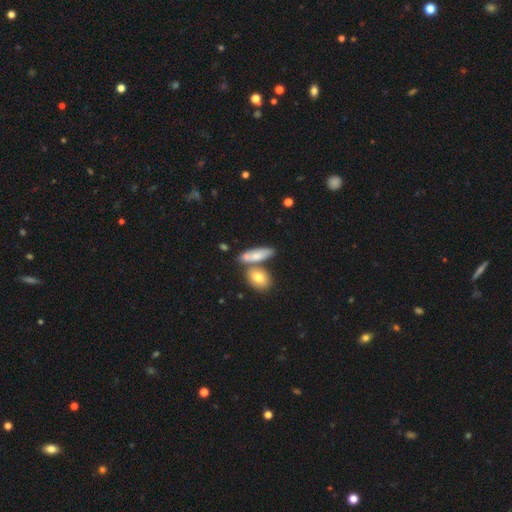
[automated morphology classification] Q: Smooth or featured?
A: smooth (73%); runner-up: featured or disk (20%)
Q: How rounded?
A: in between (60%); runner-up: cigar-shaped (35%)
Q: Merging?
A: none (50%); runner-up: merger (34%)